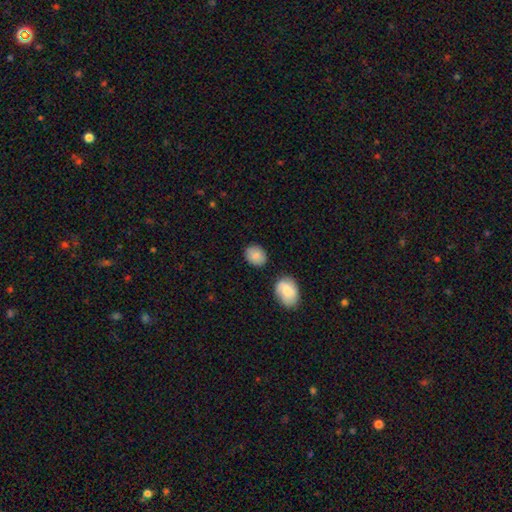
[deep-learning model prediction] Q: Smooth or featured?
A: smooth (85%); runner-up: featured or disk (8%)
Q: How rounded?
A: in between (54%); runner-up: round (45%)
Q: Merging?
A: none (79%); runner-up: minor disturbance (13%)